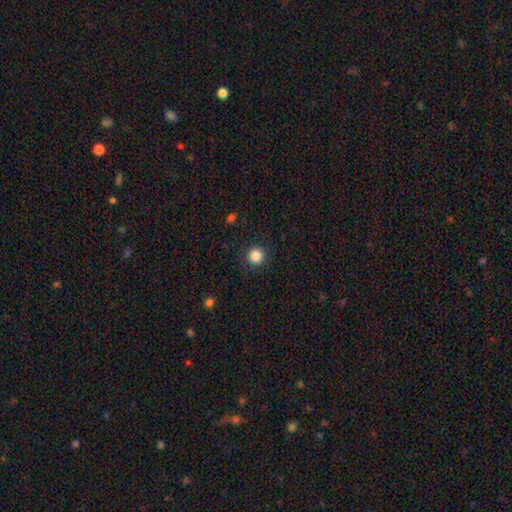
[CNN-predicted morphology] Smooth or featured? Predicted: smooth (p=0.86). How rounded? Predicted: round (p=0.94). Merging? Predicted: none (p=0.90).